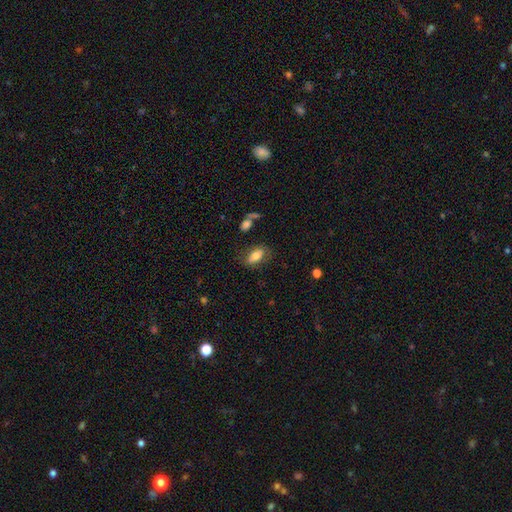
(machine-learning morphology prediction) Smooth or featured?
  - smooth: 74% *
  - featured or disk: 19%
  - star or artifact: 7%
How rounded?
  - in between: 89% *
  - cigar-shaped: 5%
  - round: 5%
Merging?
  - none: 70% *
  - minor disturbance: 18%
  - major disturbance: 8%
  - merger: 4%